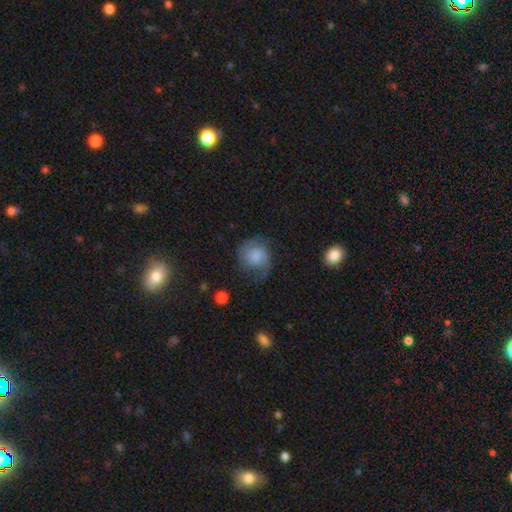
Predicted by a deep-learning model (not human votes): smooth-or-featured: featured or disk: 56% | smooth: 35% | star or artifact: 9%
  disk-edge-on: no: 98% | yes: 2%
    bar: no: 69% | weak: 27% | strong: 4%
    has-spiral-arms: yes: 91% | no: 9%
      spiral-winding: medium: 47% | loose: 27% | tight: 26%
      spiral-arm-count: 2: 85% | can't tell: 6% | 1: 3% | 3: 2% | 4: 1% | more than 4: 1%
    bulge-size: none: 33% | small: 27% | moderate: 20% | large: 15% | dominant: 5%
  merging: none: 64% | minor disturbance: 21% | major disturbance: 13% | merger: 2%